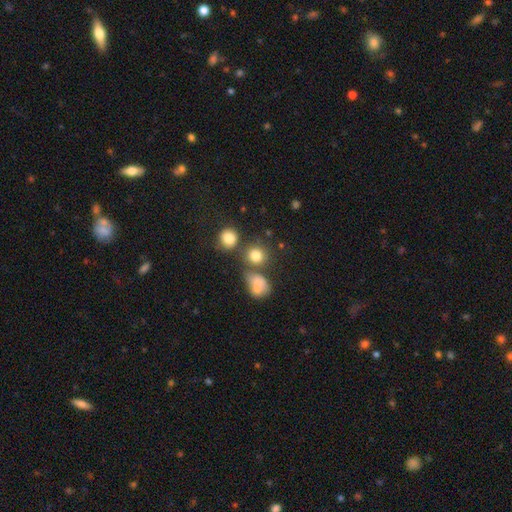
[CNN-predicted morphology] Overall: smooth (77%). How rounded: round (85%). Merging: none (66%).